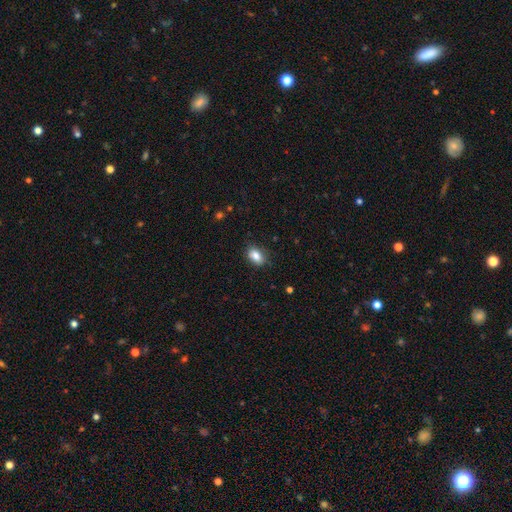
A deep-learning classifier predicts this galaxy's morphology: This appears to be a smooth galaxy with no disk features (85%) that is in between round and cigar-shaped (84%). Merging: none (79%).